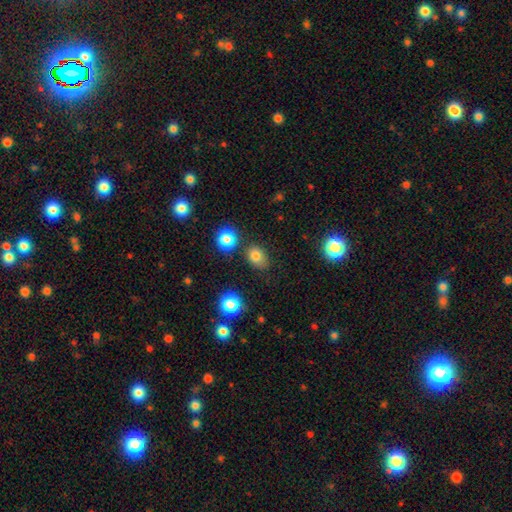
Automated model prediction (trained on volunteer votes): Q: Smooth or featured?
A: smooth (78%); runner-up: star or artifact (15%)
Q: How rounded?
A: in between (63%); runner-up: round (36%)
Q: Merging?
A: none (74%); runner-up: minor disturbance (17%)